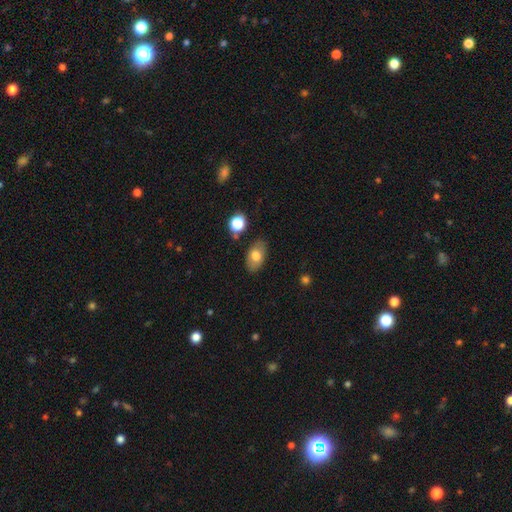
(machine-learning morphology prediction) Q: Smooth or featured?
A: smooth (73%); runner-up: featured or disk (19%)
Q: How rounded?
A: in between (90%); runner-up: round (8%)
Q: Merging?
A: none (81%); runner-up: minor disturbance (13%)